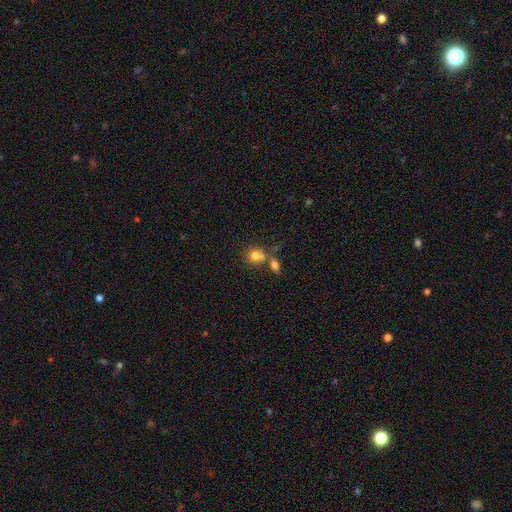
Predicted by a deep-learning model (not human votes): Overall: smooth (78%). How rounded: round (79%). Merging: none (44%; merger 42%).